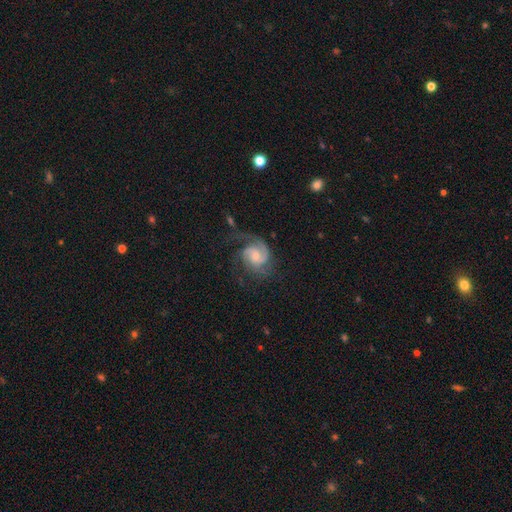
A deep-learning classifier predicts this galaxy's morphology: type=featured or disk (87%); edge-on=no (98%); bar=no (59%); spiral arms=yes (97%); winding=medium (46%); arm count=2 (48%); bulge=small (48%); merging=none (54%).